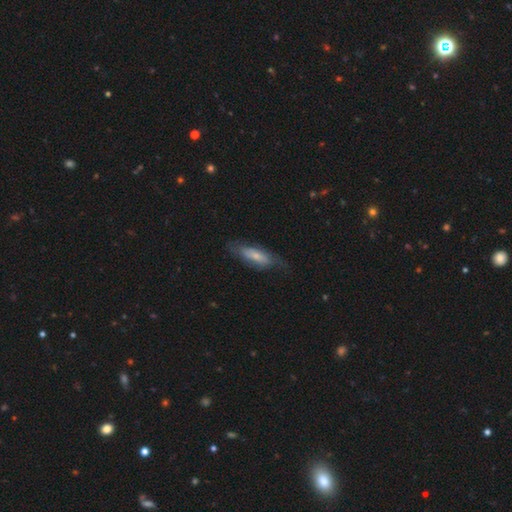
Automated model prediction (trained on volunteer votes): This appears to be a smooth galaxy with no disk features (54%) that is in between round and cigar-shaped (54%). Merging: none (65%).